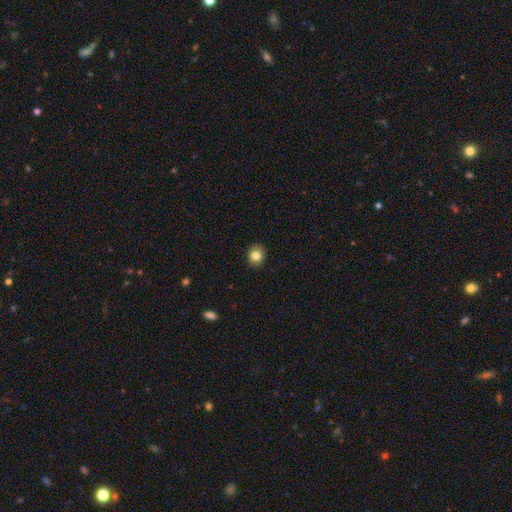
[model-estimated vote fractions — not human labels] Smooth or featured? smooth (82%)
How rounded? round (64%)
Merging? none (89%)